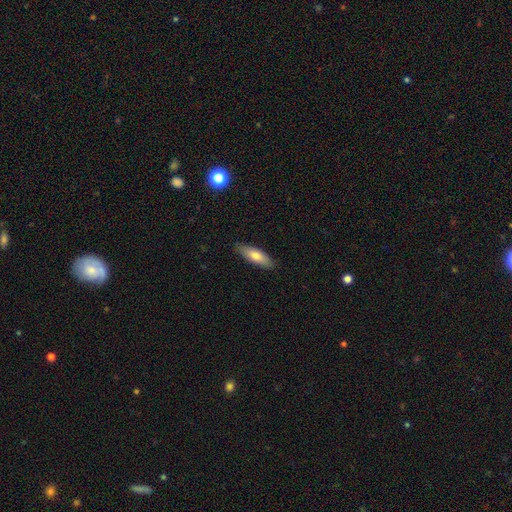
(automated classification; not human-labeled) A smooth galaxy with no disk features (73%) that is in between round and cigar-shaped (54%). Merging: none (87%).